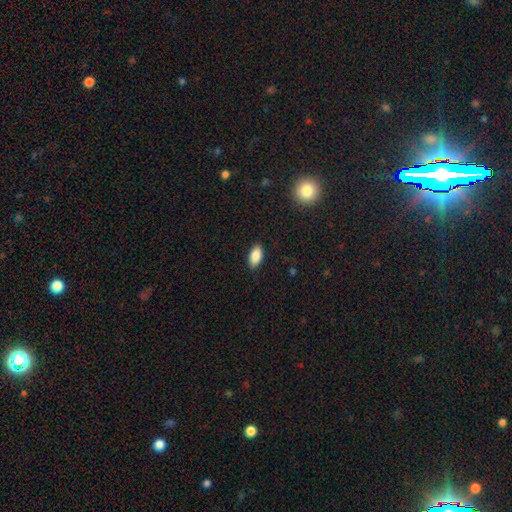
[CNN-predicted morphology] This is clearly a smooth galaxy (87%). How rounded: clearly in between (92%). Merging: clearly none (87%).